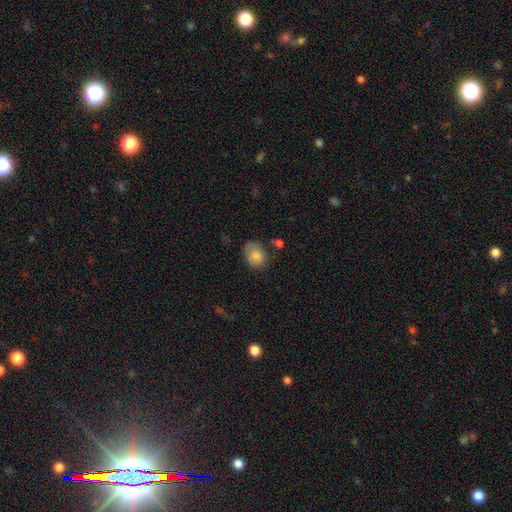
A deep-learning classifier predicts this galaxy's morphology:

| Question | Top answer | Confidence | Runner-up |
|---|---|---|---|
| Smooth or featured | smooth | 82% | featured or disk (10%) |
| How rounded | in between | 57% | round (42%) |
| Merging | none | 60% | minor disturbance (28%) |